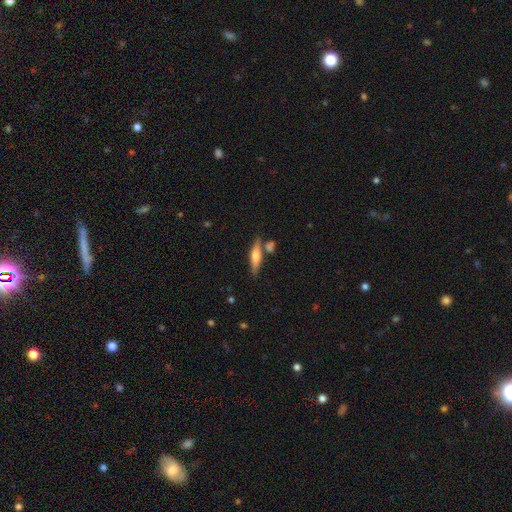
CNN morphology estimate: smooth 50%, featured or disk 44%, star or artifact 7%. Down the decision tree: merging — none (70%).